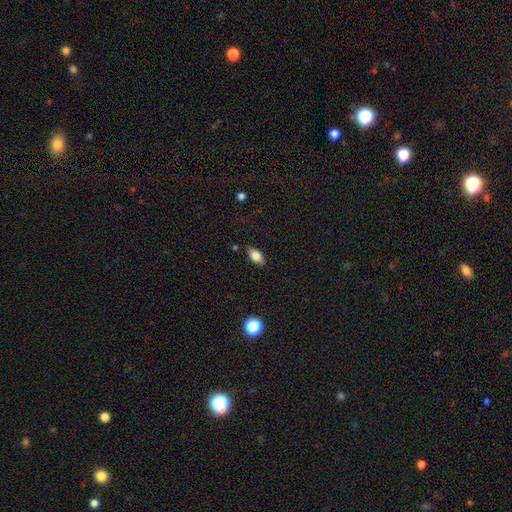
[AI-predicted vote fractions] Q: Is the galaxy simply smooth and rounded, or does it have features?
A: smooth — 77%.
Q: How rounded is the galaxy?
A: in between — 87%.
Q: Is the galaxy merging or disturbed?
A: none — 84%.